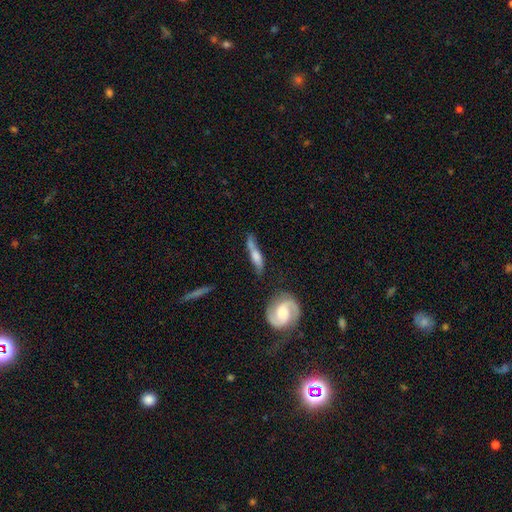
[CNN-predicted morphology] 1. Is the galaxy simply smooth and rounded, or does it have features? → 61% featured or disk, 31% smooth, 8% star or artifact.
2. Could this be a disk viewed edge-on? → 54% yes, 46% no.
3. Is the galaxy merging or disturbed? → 61% none, 21% minor disturbance, 10% merger, 8% major disturbance.